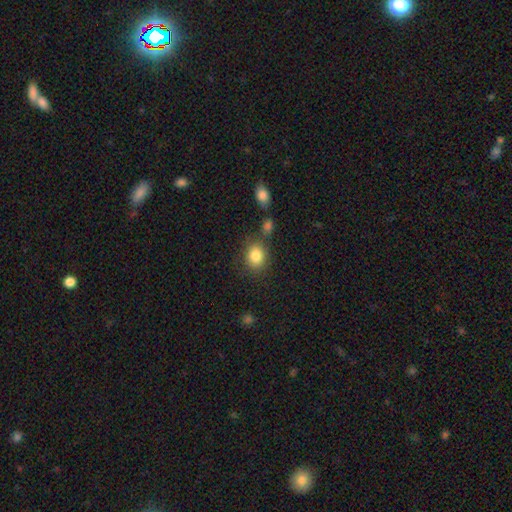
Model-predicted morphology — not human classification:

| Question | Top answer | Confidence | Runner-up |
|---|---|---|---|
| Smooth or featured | smooth | 85% | star or artifact (9%) |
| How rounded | round | 62% | in between (37%) |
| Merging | none | 71% | minor disturbance (13%) |